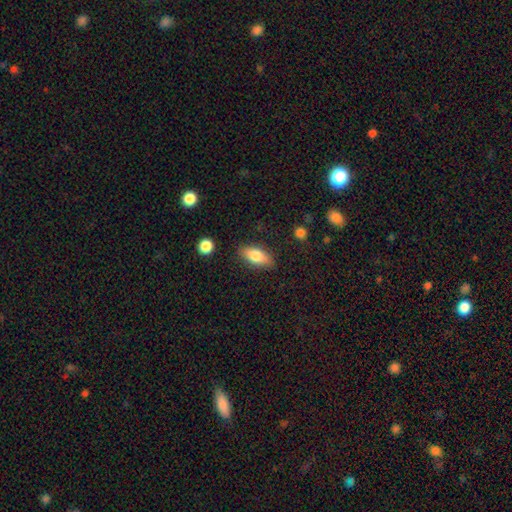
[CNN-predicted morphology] type=smooth (74%); roundness=in between (80%); merging=none (85%).